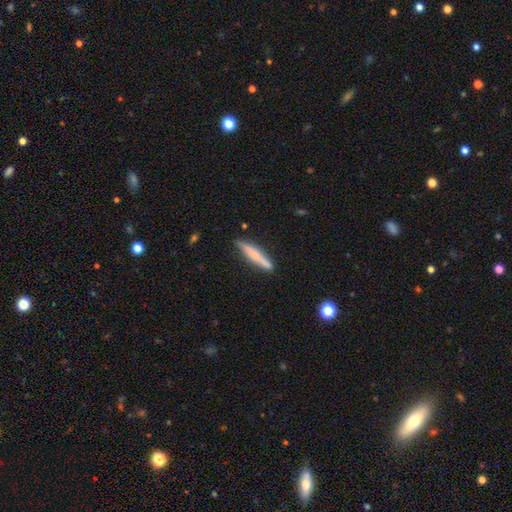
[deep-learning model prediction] A smooth galaxy with no disk features (64%) that is cigar-shaped (91%). Merging: none (82%).